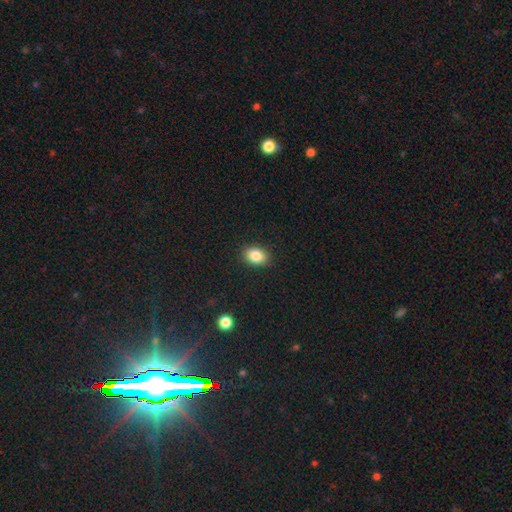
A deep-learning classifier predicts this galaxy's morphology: A smooth galaxy with no disk features (85%) that is in between round and cigar-shaped (77%). Merging: none (89%).